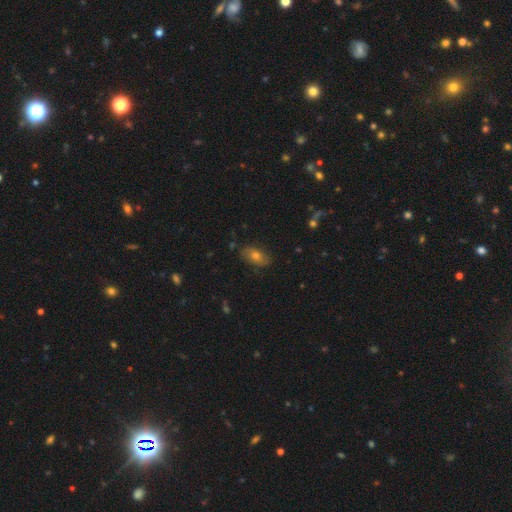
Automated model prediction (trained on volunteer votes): Smooth or featured? smooth (59%)
How rounded? in between (85%)
Merging? none (82%)